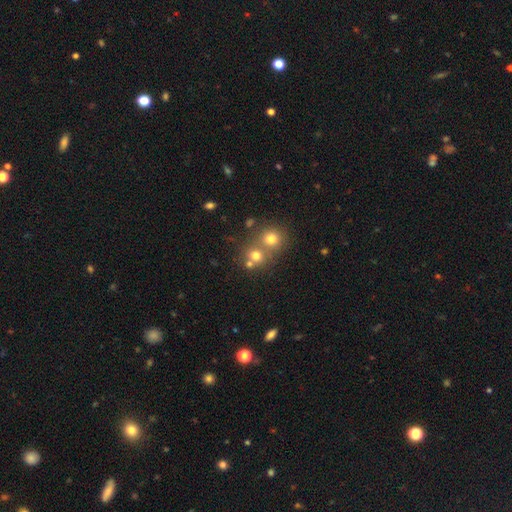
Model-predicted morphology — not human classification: Smooth or featured? smooth (70%)
How rounded? round (81%)
Merging? merger (47%)